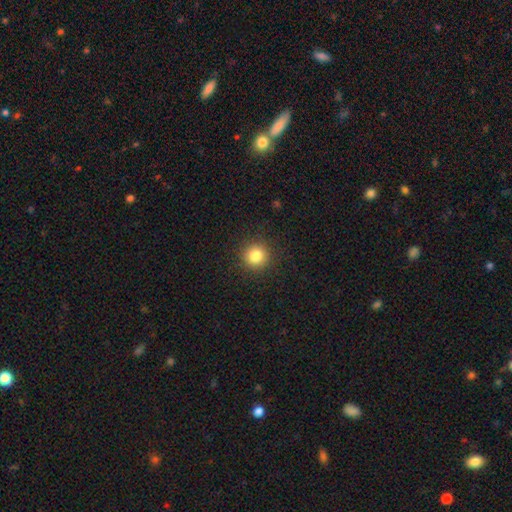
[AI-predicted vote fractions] Q: Smooth or featured?
A: smooth (83%); runner-up: star or artifact (12%)
Q: How rounded?
A: round (94%); runner-up: in between (5%)
Q: Merging?
A: none (91%); runner-up: minor disturbance (6%)